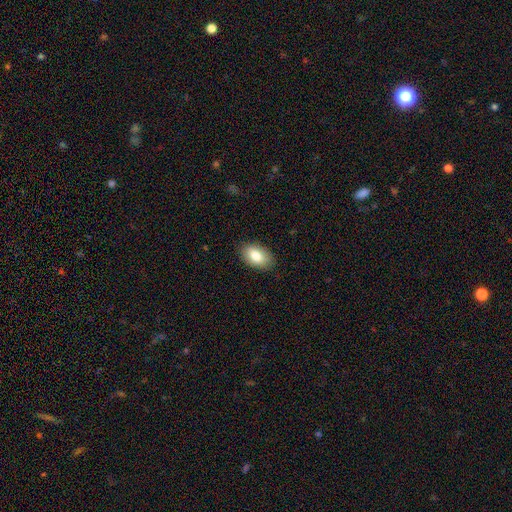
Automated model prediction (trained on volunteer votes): Smooth or featured?
  - smooth: 82% *
  - featured or disk: 11%
  - star or artifact: 7%
How rounded?
  - in between: 92% *
  - round: 7%
  - cigar-shaped: 1%
Merging?
  - none: 87% *
  - minor disturbance: 10%
  - major disturbance: 2%
  - merger: 1%